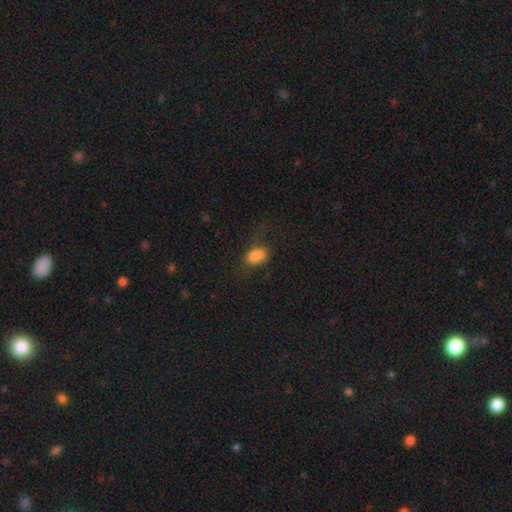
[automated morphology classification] The model was most divided on "merging": none: 56%, minor disturbance: 23%, major disturbance: 18%, merger: 3%. More confident: how rounded — in between (86%); smooth or featured — smooth (82%).